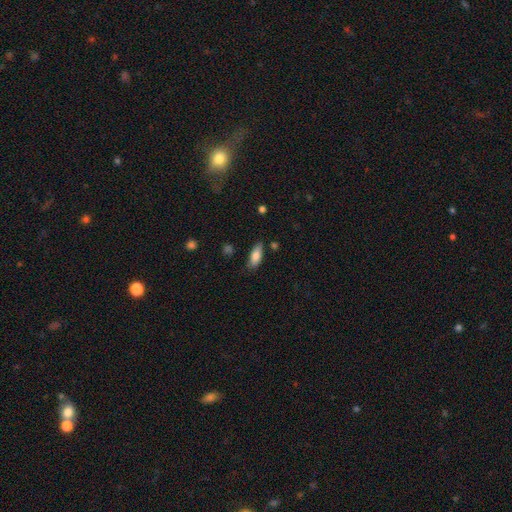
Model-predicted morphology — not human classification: smooth-or-featured: smooth: 82% | featured or disk: 12% | star or artifact: 7%
  how-rounded: in between: 76% | cigar-shaped: 22% | round: 2%
  merging: none: 77% | minor disturbance: 17% | major disturbance: 3% | merger: 3%